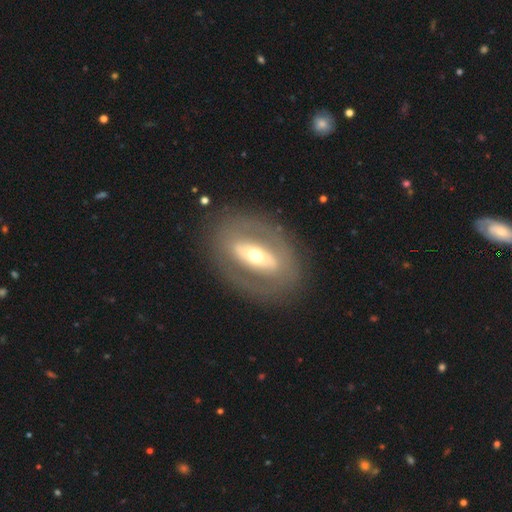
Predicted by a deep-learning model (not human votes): smooth_or_featured: featured or disk (p=0.66) [alt: smooth p=0.27]
disk_edge_on: no (p=0.85) [alt: yes p=0.15]
bar: strong (p=0.50) [alt: no p=0.30]
has_spiral_arms: no (p=0.80) [alt: yes p=0.20]
bulge_size: moderate (p=0.58) [alt: small p=0.27]
merging: none (p=0.81) [alt: minor disturbance p=0.10]